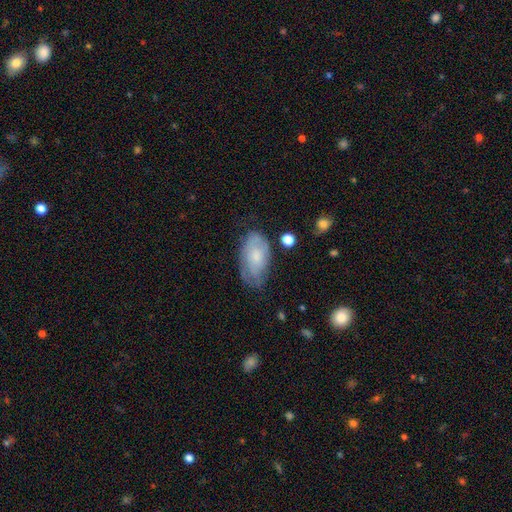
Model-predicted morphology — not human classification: This appears to be a smooth galaxy with no disk features (49%). Merging: none (61%).